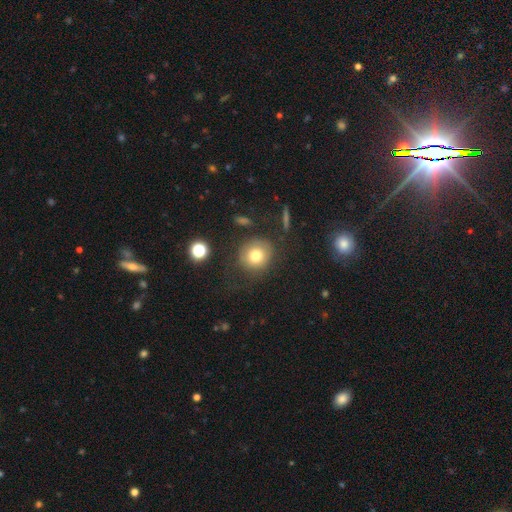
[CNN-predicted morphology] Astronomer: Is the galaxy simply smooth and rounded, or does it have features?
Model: smooth — 76%.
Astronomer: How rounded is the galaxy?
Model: round — 86%.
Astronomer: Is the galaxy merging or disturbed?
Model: none — 74%.